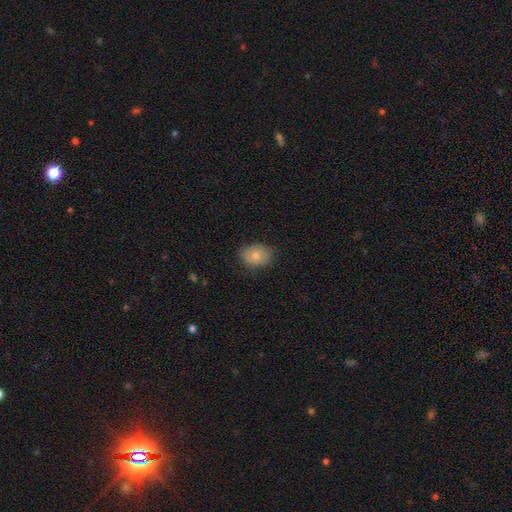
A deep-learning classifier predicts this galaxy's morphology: smooth 77%, featured or disk 14%, star or artifact 8%. Down the decision tree: how rounded — in between (56%); merging — none (80%).